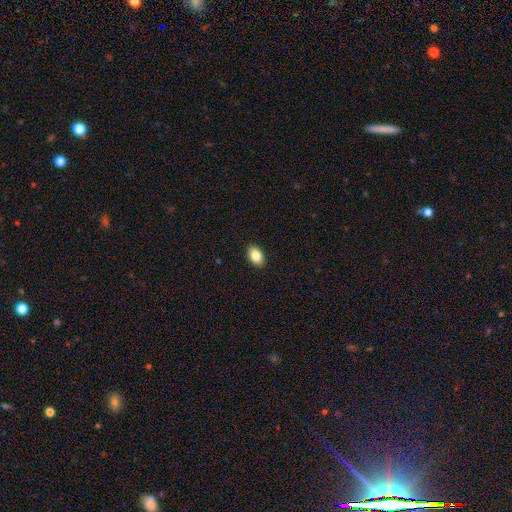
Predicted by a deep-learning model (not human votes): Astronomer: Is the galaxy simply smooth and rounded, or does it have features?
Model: smooth — 85%.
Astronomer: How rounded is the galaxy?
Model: in between — 89%.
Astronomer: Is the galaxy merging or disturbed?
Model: none — 91%.